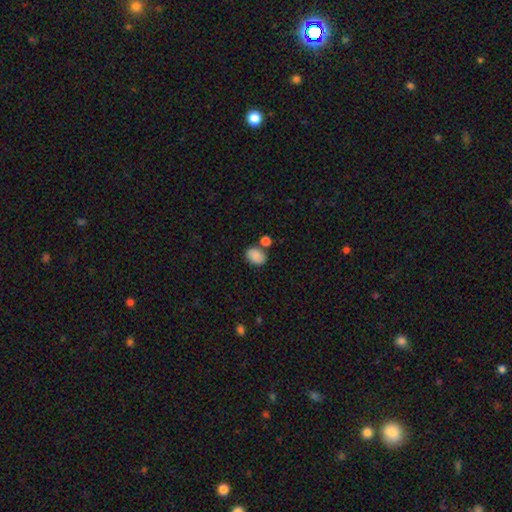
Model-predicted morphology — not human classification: Smooth or featured? smooth (85%)
How rounded? in between (75%)
Merging? none (67%)